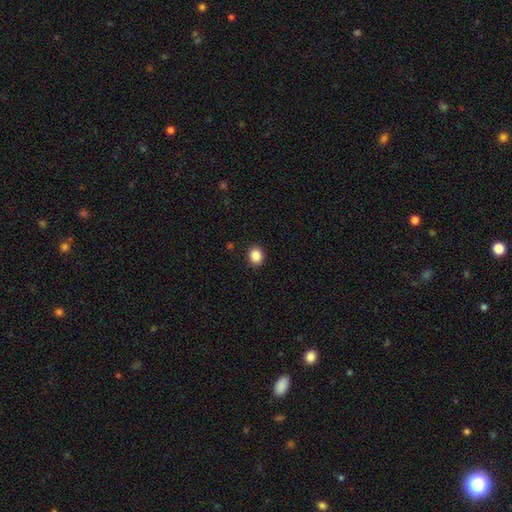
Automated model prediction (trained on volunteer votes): Q: Smooth or featured?
A: smooth (87%); runner-up: star or artifact (10%)
Q: How rounded?
A: round (72%); runner-up: in between (27%)
Q: Merging?
A: none (91%); runner-up: minor disturbance (6%)